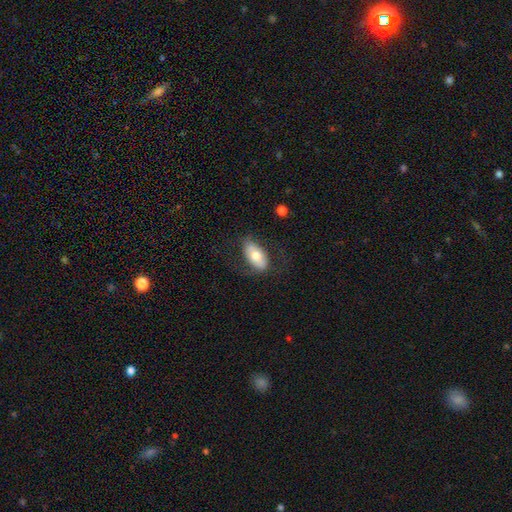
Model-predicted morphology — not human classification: The model was most divided on "smooth or featured": smooth: 65%, featured or disk: 29%, star or artifact: 6%. More confident: how rounded — in between (92%); merging — none (72%).